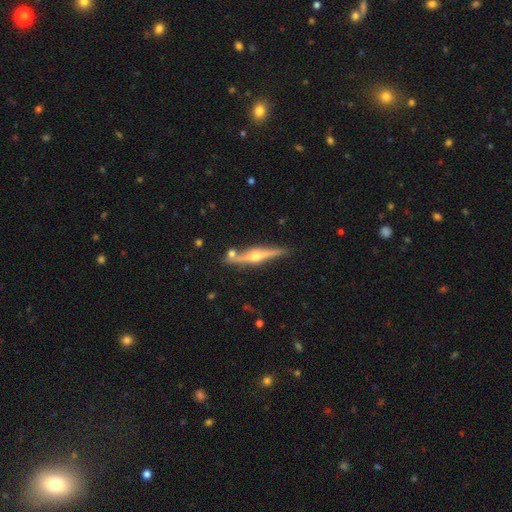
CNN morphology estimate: type=featured or disk (80%); edge-on=yes (97%); edge-on bulge=rounded (95%); merging=none (81%).